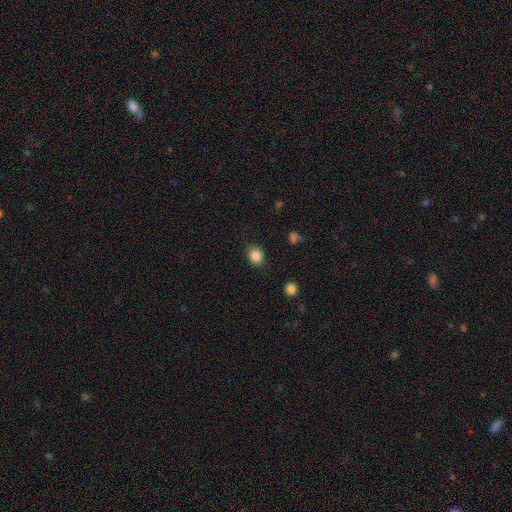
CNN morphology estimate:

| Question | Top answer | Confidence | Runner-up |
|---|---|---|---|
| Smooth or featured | smooth | 86% | star or artifact (10%) |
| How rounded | round | 56% | in between (43%) |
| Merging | none | 83% | minor disturbance (13%) |